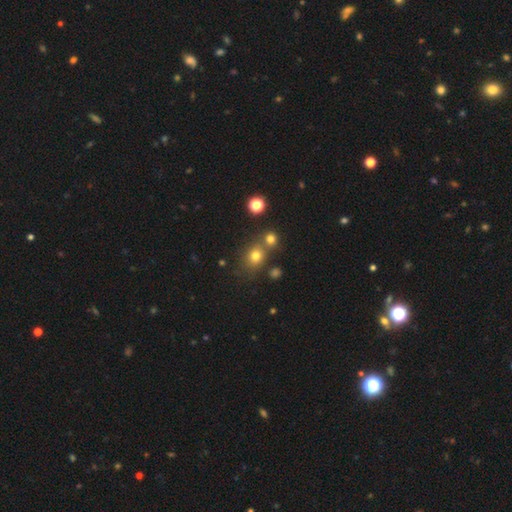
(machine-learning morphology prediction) This appears to be a smooth galaxy with no disk features (74%) that is round (73%). Merging: none (63%).